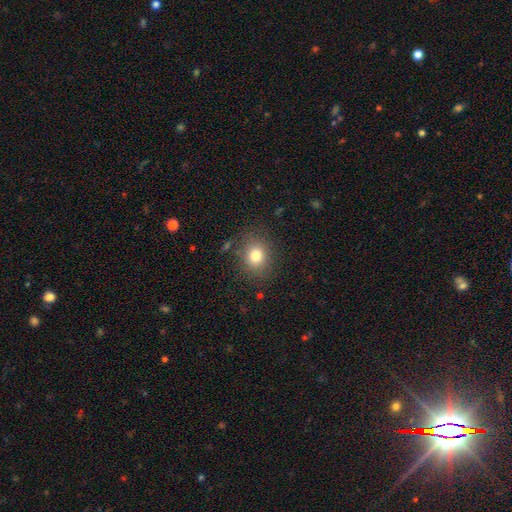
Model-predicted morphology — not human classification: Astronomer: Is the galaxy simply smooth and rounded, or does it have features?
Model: smooth — 78%.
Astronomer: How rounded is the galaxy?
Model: round — 66%.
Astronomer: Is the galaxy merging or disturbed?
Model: none — 82%.